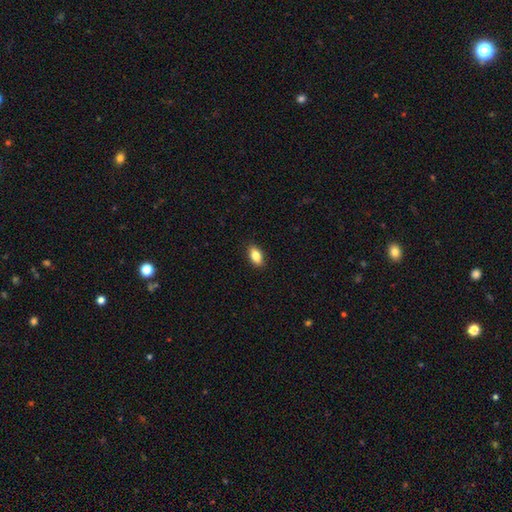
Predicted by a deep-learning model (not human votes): Smooth or featured: smooth — 83% (featured or disk — 9%)
How rounded: in between — 88% (cigar-shaped — 7%)
Merging: none — 89% (minor disturbance — 8%)